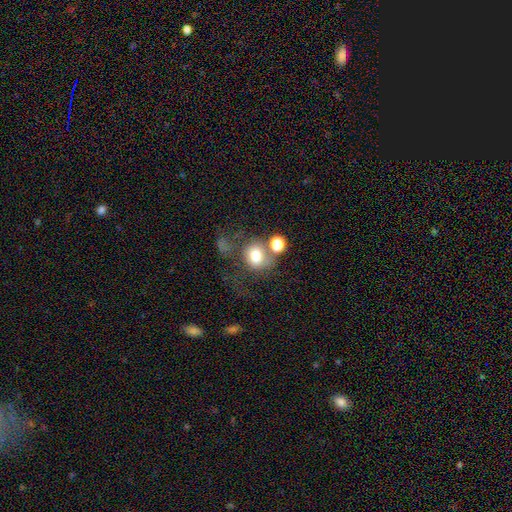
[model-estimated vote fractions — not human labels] Q: Smooth or featured?
A: smooth (72%); runner-up: featured or disk (16%)
Q: How rounded?
A: round (69%); runner-up: in between (30%)
Q: Merging?
A: none (39%); runner-up: merger (29%)